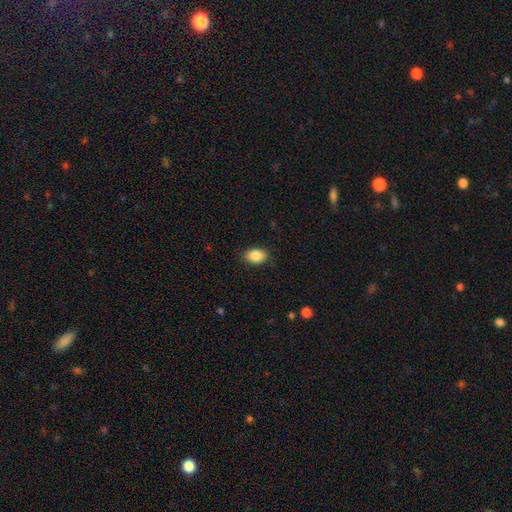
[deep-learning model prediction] Morphology: type=smooth (87%); roundness=in between (85%); merging=none (86%).